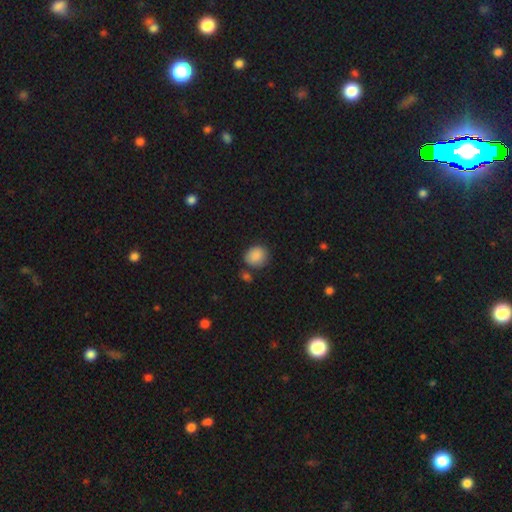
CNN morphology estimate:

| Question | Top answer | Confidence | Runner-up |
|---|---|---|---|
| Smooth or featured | smooth | 88% | star or artifact (8%) |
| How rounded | round | 72% | in between (27%) |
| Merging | none | 73% | minor disturbance (16%) |